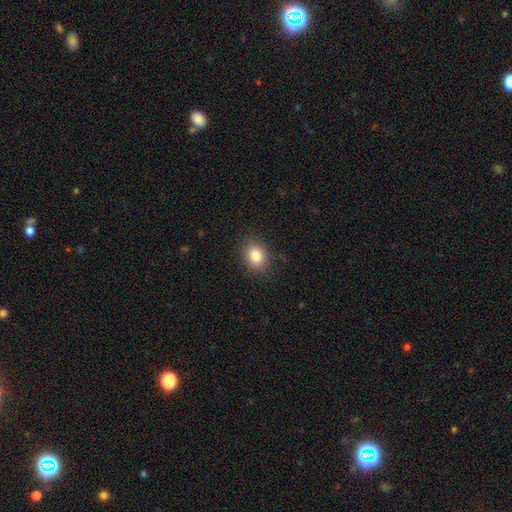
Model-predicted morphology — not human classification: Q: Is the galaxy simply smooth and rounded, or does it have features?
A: smooth — 84%.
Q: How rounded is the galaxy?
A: in between — 52%.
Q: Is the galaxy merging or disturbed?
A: none — 87%.